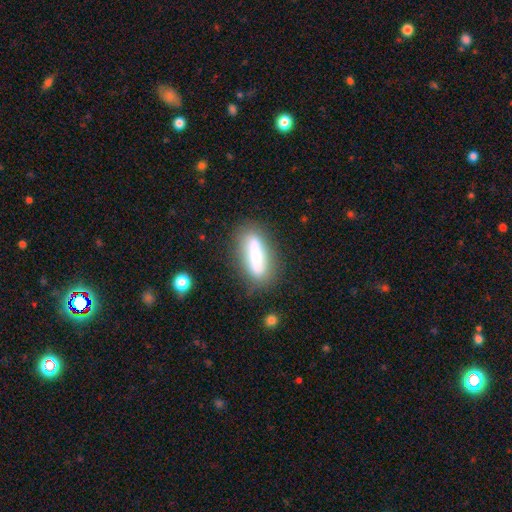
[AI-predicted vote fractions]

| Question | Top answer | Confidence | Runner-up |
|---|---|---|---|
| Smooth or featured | smooth | 61% | featured or disk (31%) |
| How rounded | cigar-shaped | 56% | in between (41%) |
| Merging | none | 75% | minor disturbance (15%) |